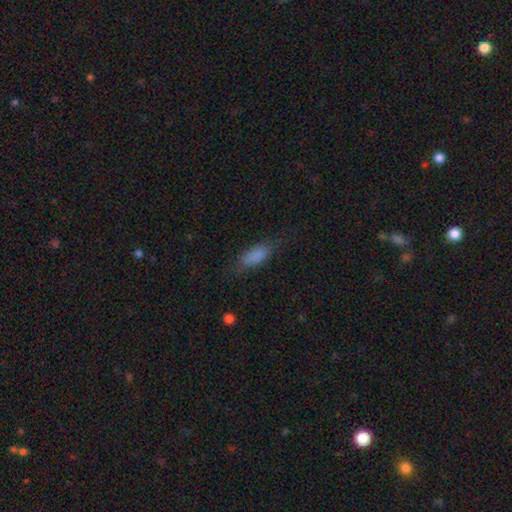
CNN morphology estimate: A smooth galaxy with no disk features (82%) that is in between round and cigar-shaped (72%). Merging: none (69%).